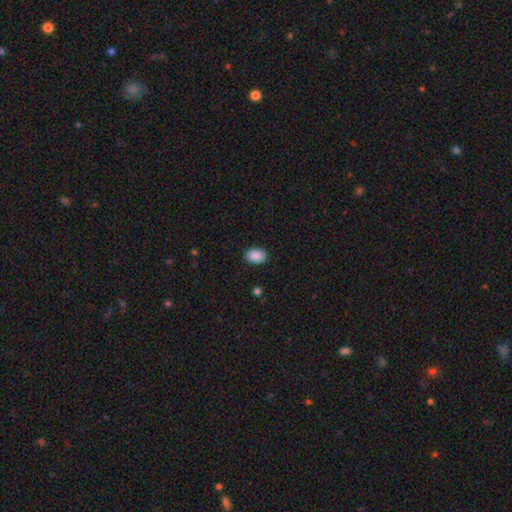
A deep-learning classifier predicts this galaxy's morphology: A smooth galaxy with no disk features (90%) that is in between round and cigar-shaped (80%). Merging: none (88%).